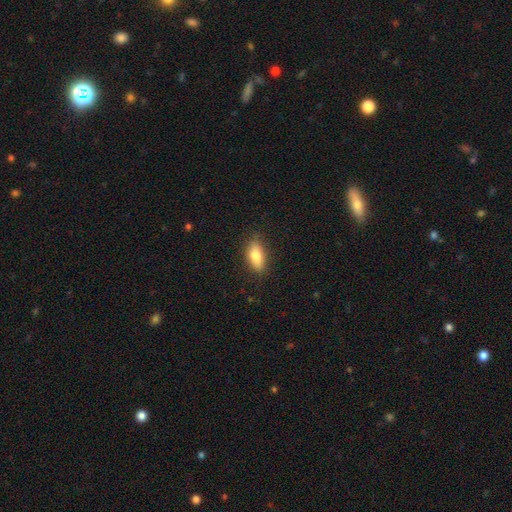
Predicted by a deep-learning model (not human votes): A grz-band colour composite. It shows a smooth galaxy with no disk features (83%) that is in between round and cigar-shaped (79%). Merging: none (80%).